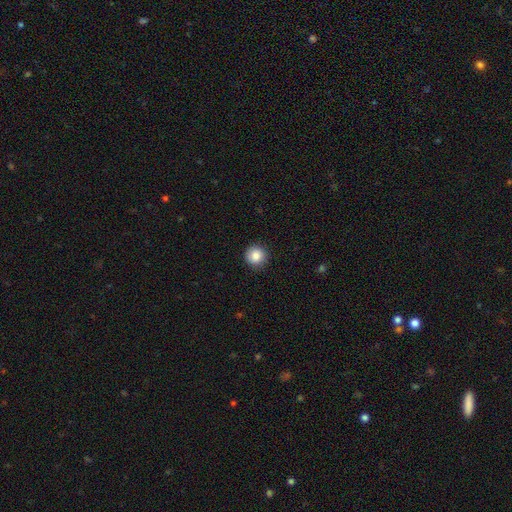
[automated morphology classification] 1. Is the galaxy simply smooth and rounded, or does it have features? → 86% smooth, 9% star or artifact, 5% featured or disk.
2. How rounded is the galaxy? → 94% round, 5% in between, 1% cigar-shaped.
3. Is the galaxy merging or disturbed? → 90% none, 7% minor disturbance, 2% major disturbance, 1% merger.